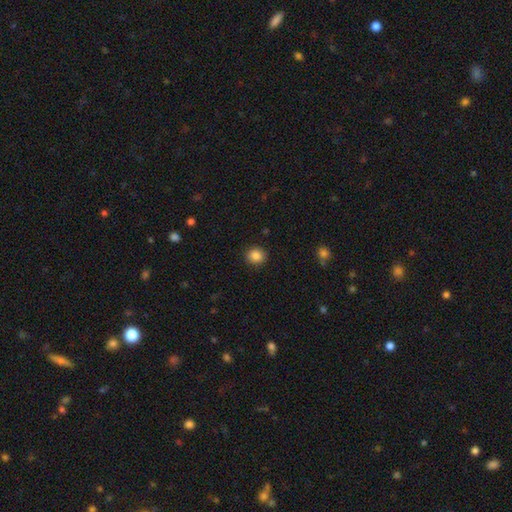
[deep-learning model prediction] Smooth or featured: smooth — 86% (star or artifact — 10%)
How rounded: round — 86% (in between — 13%)
Merging: none — 91% (minor disturbance — 6%)